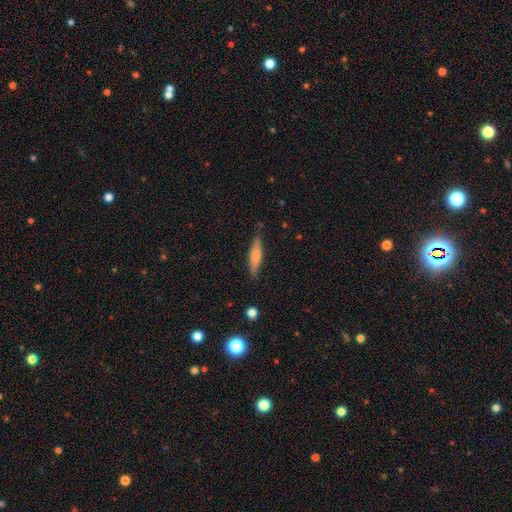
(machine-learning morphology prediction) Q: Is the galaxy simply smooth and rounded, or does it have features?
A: smooth — 71%.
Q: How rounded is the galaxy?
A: cigar-shaped — 79%.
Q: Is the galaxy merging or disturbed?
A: none — 82%.